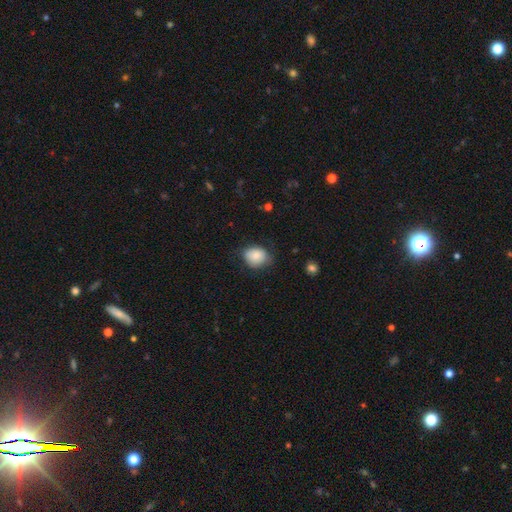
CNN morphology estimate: smooth_or_featured: smooth (p=0.83) [alt: featured or disk p=0.09]
how_rounded: round (p=0.54) [alt: in between p=0.45]
merging: none (p=0.65) [alt: minor disturbance p=0.27]